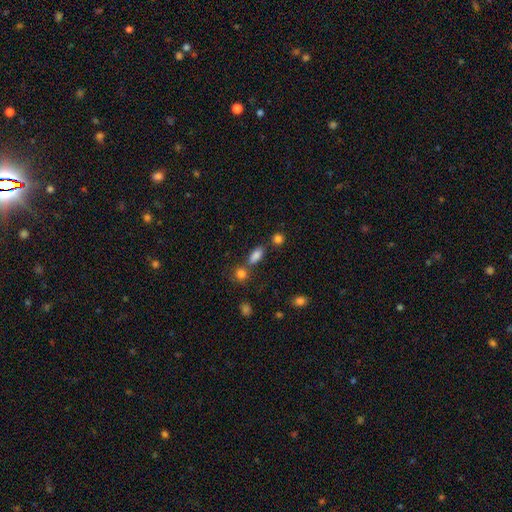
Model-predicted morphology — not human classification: smooth_or_featured: smooth (p=0.82) [alt: star or artifact p=0.11]
how_rounded: in between (p=0.77) [alt: cigar-shaped p=0.14]
merging: none (p=0.65) [alt: merger p=0.18]